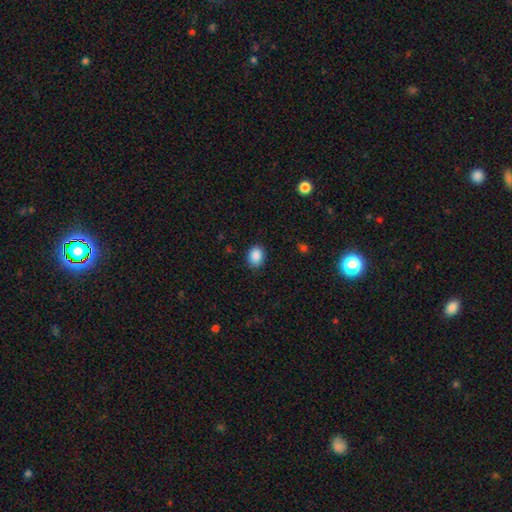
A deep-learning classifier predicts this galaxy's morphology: Smooth or featured: smooth — 89% (star or artifact — 8%)
How rounded: in between — 63% (round — 36%)
Merging: none — 87% (minor disturbance — 9%)